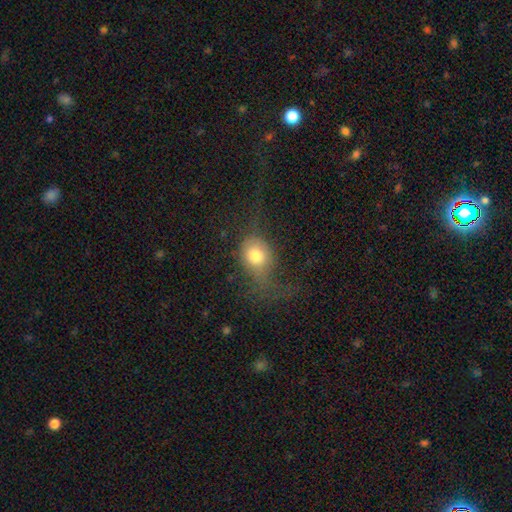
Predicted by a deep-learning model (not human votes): Smooth or featured? Predicted: smooth (p=0.72). How rounded? Predicted: round (p=0.52). Merging? Predicted: major disturbance (p=0.43).